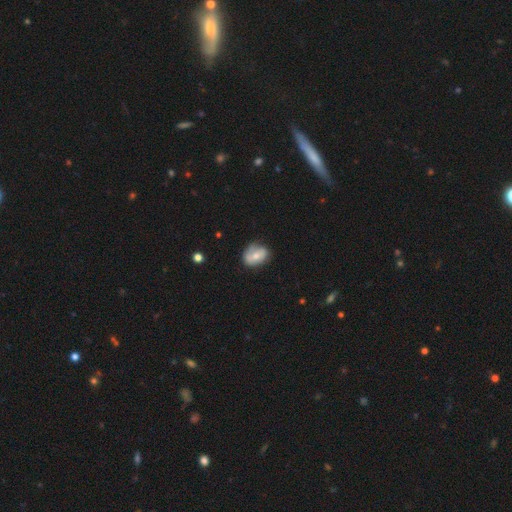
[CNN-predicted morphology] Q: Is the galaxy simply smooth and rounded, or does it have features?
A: smooth — 47%.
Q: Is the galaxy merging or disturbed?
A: none — 60%.